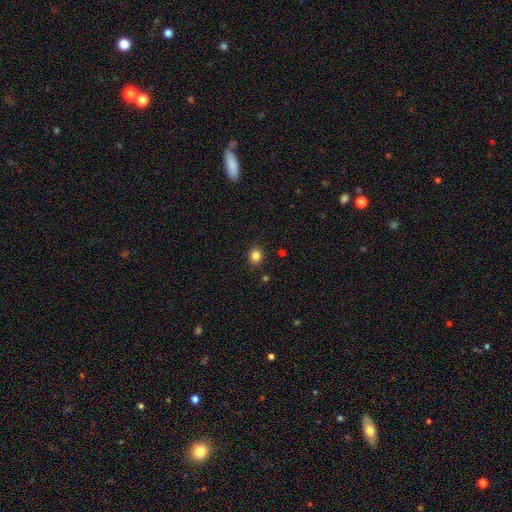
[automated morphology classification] Smooth or featured?
  - smooth: 84% *
  - star or artifact: 12%
  - featured or disk: 4%
How rounded?
  - round: 75% *
  - in between: 24%
  - cigar-shaped: 1%
Merging?
  - none: 89% *
  - minor disturbance: 7%
  - major disturbance: 2%
  - merger: 2%